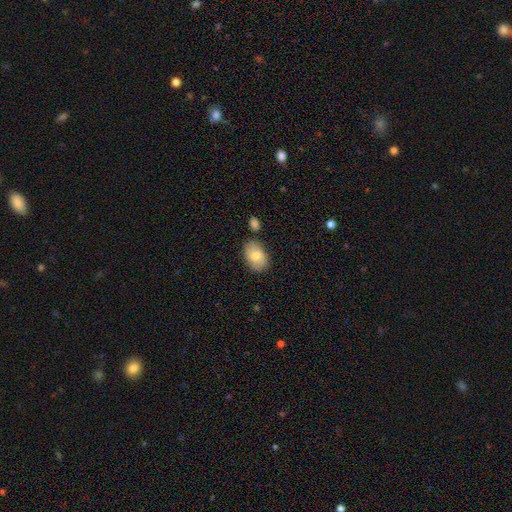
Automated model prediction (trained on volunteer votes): Smooth or featured?
  - smooth: 68% *
  - featured or disk: 25%
  - star or artifact: 7%
How rounded?
  - in between: 86% *
  - round: 13%
  - cigar-shaped: 1%
Merging?
  - none: 74% *
  - minor disturbance: 16%
  - merger: 6%
  - major disturbance: 3%